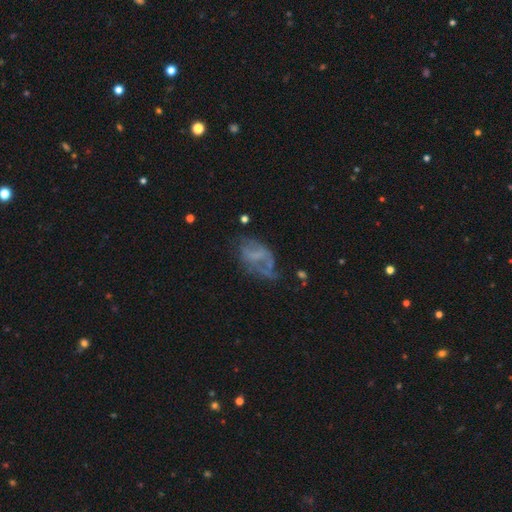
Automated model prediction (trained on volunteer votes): Overall: featured or disk (55%; smooth 31%). Edge-on disk: no (96%). Bar: no (61%; weak 28%). Spiral arms: no (59%; yes 41%). Bulge size: none (70%). Merging: major disturbance (35%; none 34%).